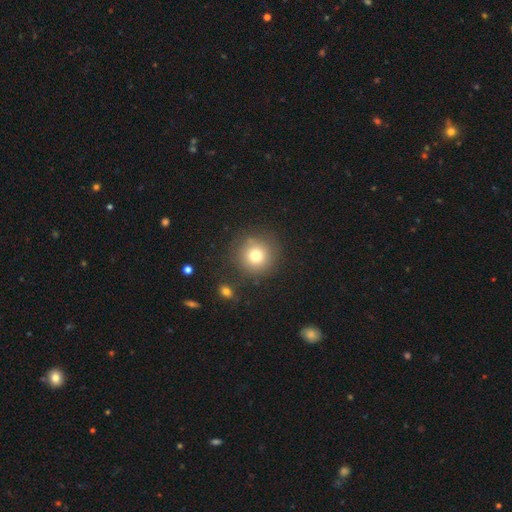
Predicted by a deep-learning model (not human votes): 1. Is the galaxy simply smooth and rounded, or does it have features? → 76% smooth, 13% star or artifact, 12% featured or disk.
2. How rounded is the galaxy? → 94% round, 5% in between, 1% cigar-shaped.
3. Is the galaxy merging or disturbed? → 83% none, 10% minor disturbance, 4% major disturbance, 3% merger.